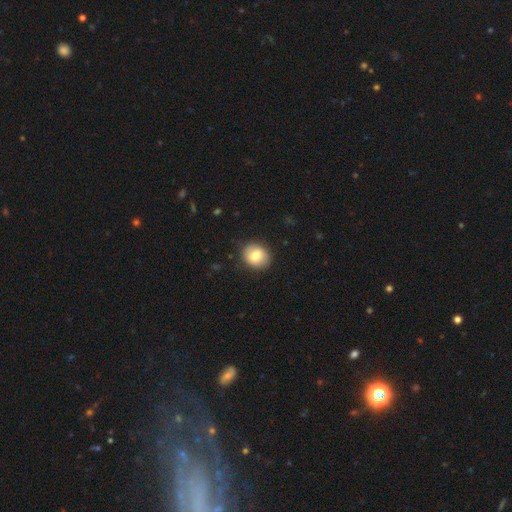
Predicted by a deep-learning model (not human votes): Q: Smooth or featured?
A: smooth (80%); runner-up: featured or disk (12%)
Q: How rounded?
A: round (71%); runner-up: in between (28%)
Q: Merging?
A: none (87%); runner-up: minor disturbance (9%)